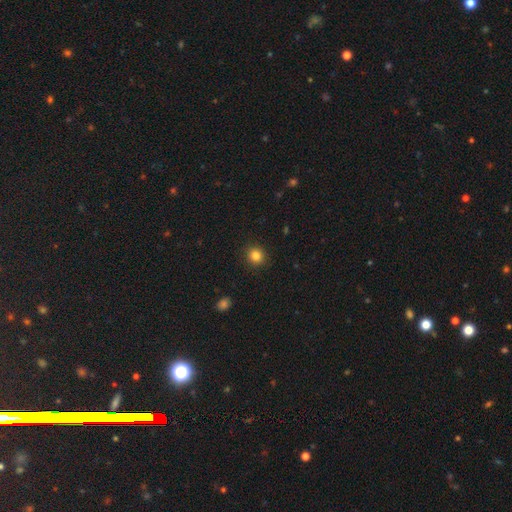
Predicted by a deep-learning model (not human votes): Overall: smooth (84%). How rounded: round (89%). Merging: none (91%).